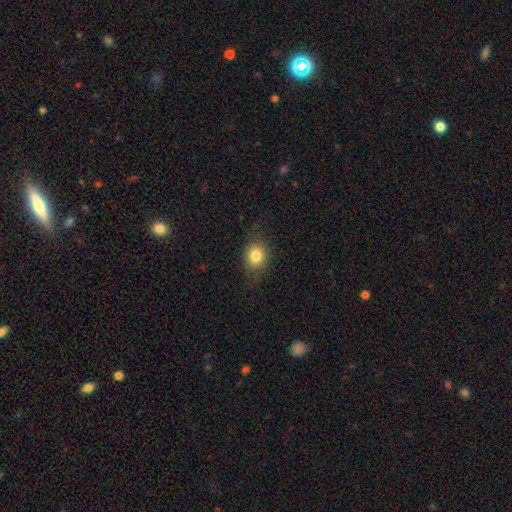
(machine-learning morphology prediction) Q: Smooth or featured?
A: smooth (79%); runner-up: featured or disk (11%)
Q: How rounded?
A: round (57%); runner-up: in between (41%)
Q: Merging?
A: none (72%); runner-up: minor disturbance (19%)